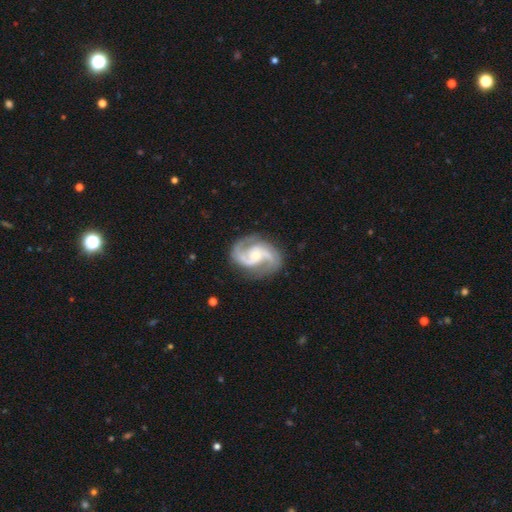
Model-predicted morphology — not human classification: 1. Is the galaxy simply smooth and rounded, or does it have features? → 92% featured or disk, 4% star or artifact, 4% smooth.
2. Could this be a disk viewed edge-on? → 98% no, 2% yes.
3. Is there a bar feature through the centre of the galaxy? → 54% no, 36% weak, 10% strong.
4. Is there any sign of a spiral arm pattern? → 98% yes, 2% no.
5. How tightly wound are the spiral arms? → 60% medium, 20% tight, 19% loose.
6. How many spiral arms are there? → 92% 2, 3% 3, 2% can't tell, 1% 1, 1% 4, 1% more than 4.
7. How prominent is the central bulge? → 55% small, 39% moderate, 3% none, 3% large, 1% dominant.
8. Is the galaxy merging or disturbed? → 79% none, 14% minor disturbance, 5% major disturbance, 1% merger.